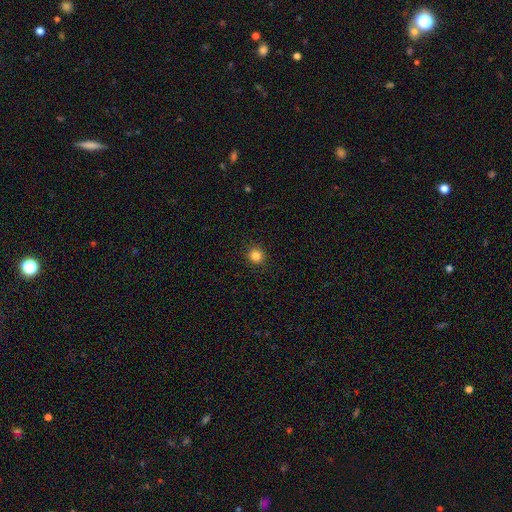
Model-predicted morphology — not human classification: Overall: smooth (84%). How rounded: round (90%). Merging: none (91%).